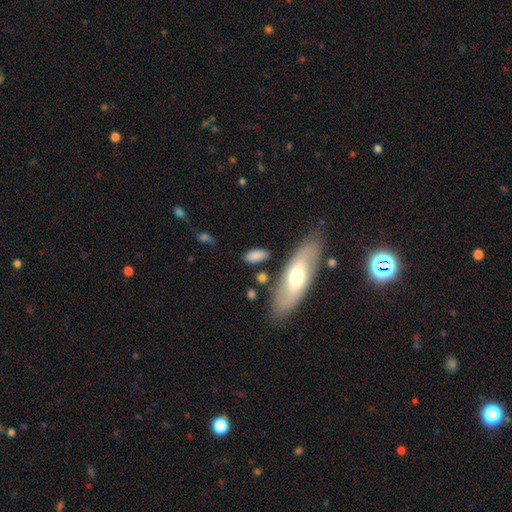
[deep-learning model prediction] Smooth or featured? smooth (81%)
How rounded? in between (82%)
Merging? none (73%)